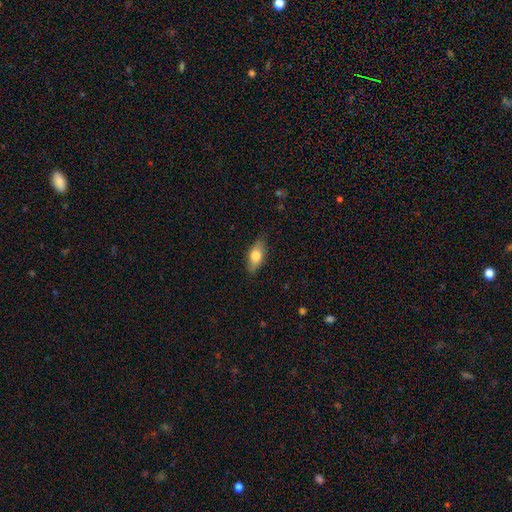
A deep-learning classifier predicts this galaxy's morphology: type=smooth (72%); roundness=in between (81%); merging=none (82%).